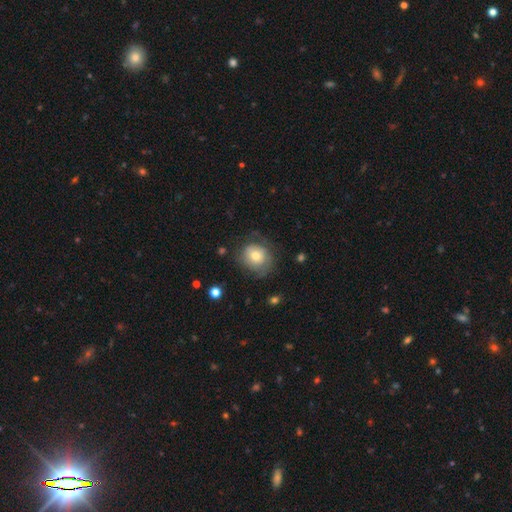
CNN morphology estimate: Smooth or featured: smooth — 61% (featured or disk — 31%)
How rounded: round — 77% (in between — 22%)
Merging: none — 59% (minor disturbance — 23%)